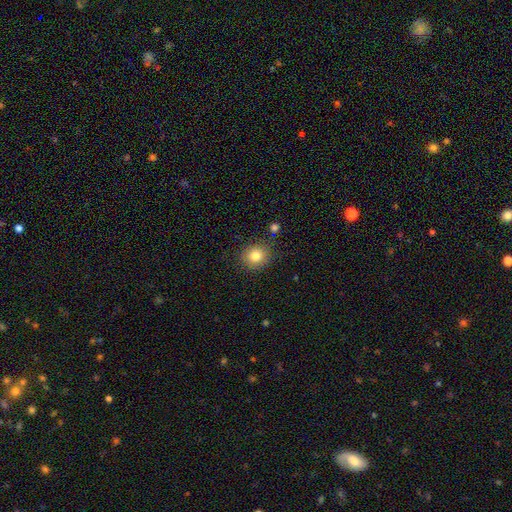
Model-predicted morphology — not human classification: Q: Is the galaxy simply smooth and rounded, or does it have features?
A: smooth — 81%.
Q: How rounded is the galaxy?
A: round — 79%.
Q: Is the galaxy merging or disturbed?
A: none — 85%.